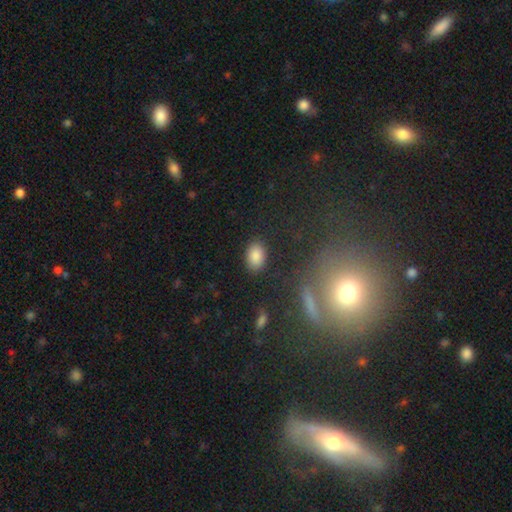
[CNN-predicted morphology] Smooth or featured? smooth (85%)
How rounded? in between (86%)
Merging? none (86%)